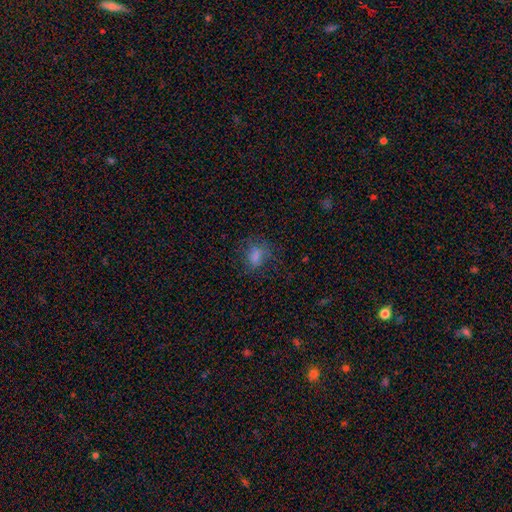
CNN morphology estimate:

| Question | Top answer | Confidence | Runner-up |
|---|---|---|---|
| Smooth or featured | smooth | 63% | star or artifact (21%) |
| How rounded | in between | 58% | round (39%) |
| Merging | none | 63% | minor disturbance (20%) |